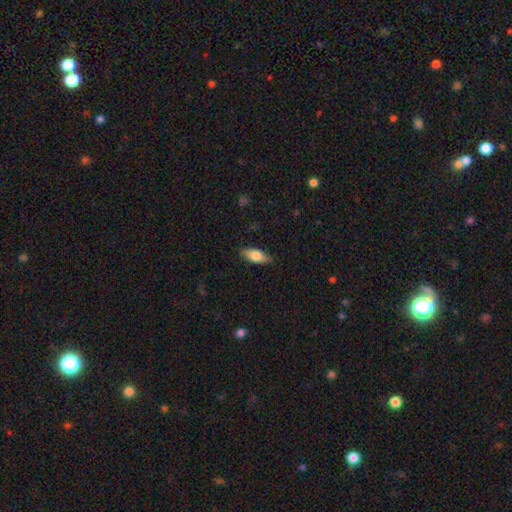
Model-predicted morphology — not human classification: Overall: smooth (73%). How rounded: in between (77%). Merging: none (86%).